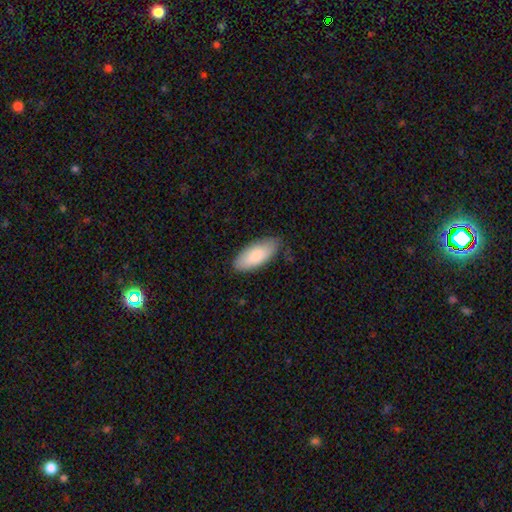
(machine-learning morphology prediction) smooth_or_featured: smooth (p=0.84) [alt: featured or disk p=0.10]
how_rounded: in between (p=0.86) [alt: cigar-shaped p=0.13]
merging: none (p=0.80) [alt: minor disturbance p=0.16]